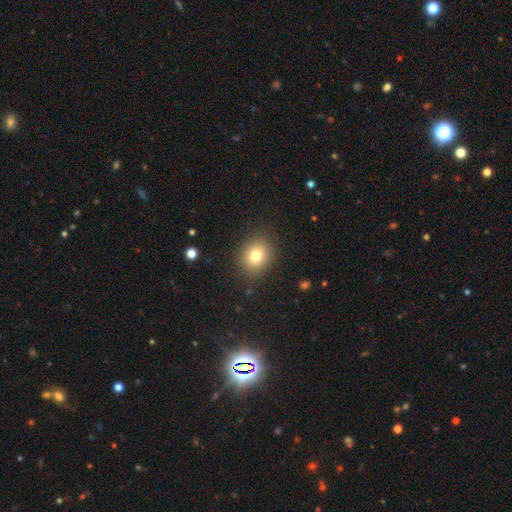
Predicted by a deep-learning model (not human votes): smooth-or-featured: smooth: 79% | star or artifact: 12% | featured or disk: 9%
  how-rounded: round: 62% | in between: 37% | cigar-shaped: 1%
  merging: none: 87% | minor disturbance: 9% | major disturbance: 3% | merger: 1%